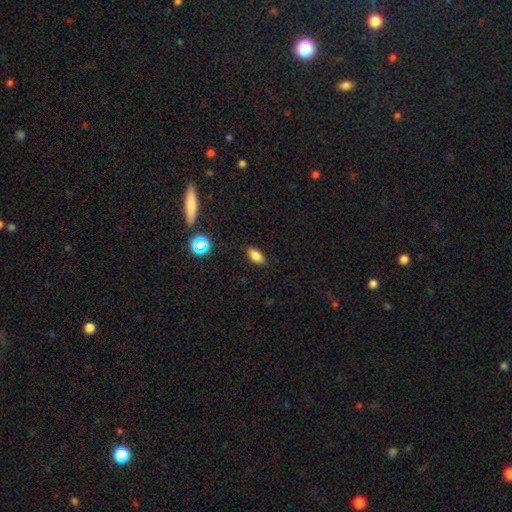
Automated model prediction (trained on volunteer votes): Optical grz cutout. It shows a smooth galaxy with no disk features (81%) that is in between round and cigar-shaped (88%). Merging: none (87%).